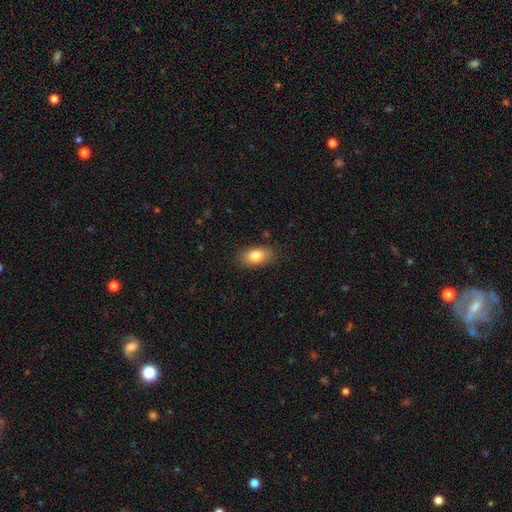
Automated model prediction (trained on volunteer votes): smooth_or_featured: smooth (p=0.82) [alt: featured or disk p=0.11]
how_rounded: in between (p=0.89) [alt: round p=0.07]
merging: none (p=0.85) [alt: minor disturbance p=0.12]